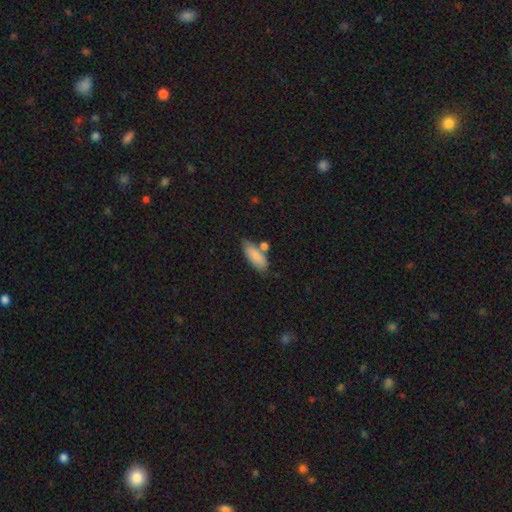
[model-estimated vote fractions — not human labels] Smooth or featured? Predicted: smooth (p=0.81). How rounded? Predicted: in between (p=0.74). Merging? Predicted: none (p=0.61).